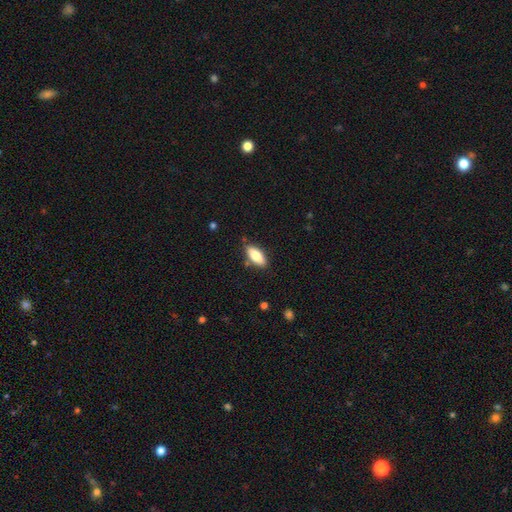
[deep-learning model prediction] smooth-or-featured: smooth: 77% | featured or disk: 17% | star or artifact: 6%
  how-rounded: in between: 77% | cigar-shaped: 20% | round: 2%
  merging: none: 83% | minor disturbance: 12% | major disturbance: 2% | merger: 2%